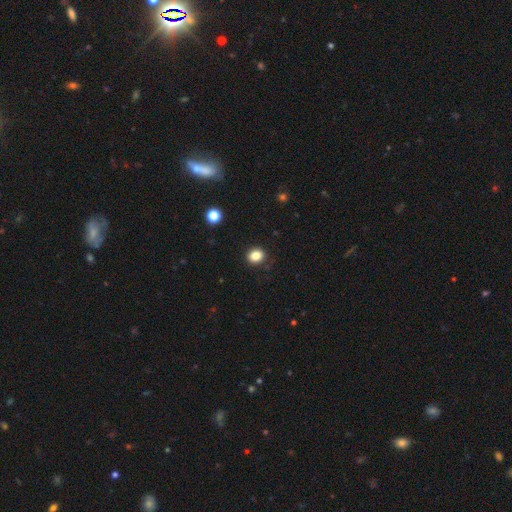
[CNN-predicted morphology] smooth 85%, star or artifact 11%, featured or disk 5%. Down the decision tree: how rounded — round (59%); merging — none (89%).